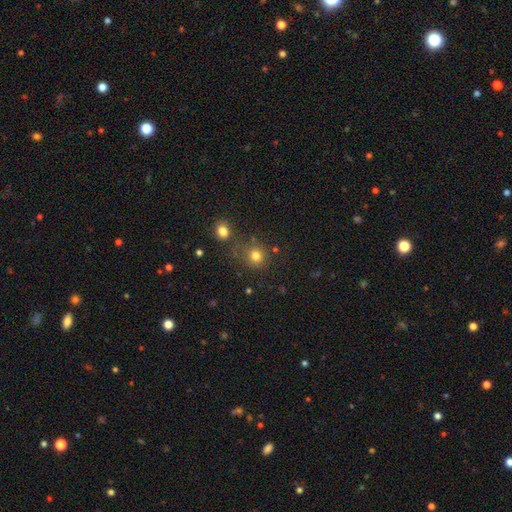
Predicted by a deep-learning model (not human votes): smooth_or_featured: smooth (p=0.78) [alt: star or artifact p=0.15]
how_rounded: round (p=0.90) [alt: in between p=0.09]
merging: none (p=0.72) [alt: minor disturbance p=0.12]